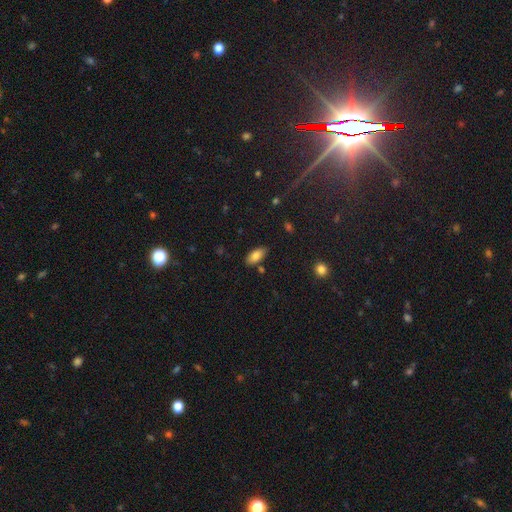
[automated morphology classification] The model was most divided on "merging": none: 82%, minor disturbance: 12%, merger: 4%, major disturbance: 2%. More confident: how rounded — in between (90%); smooth or featured — smooth (82%).